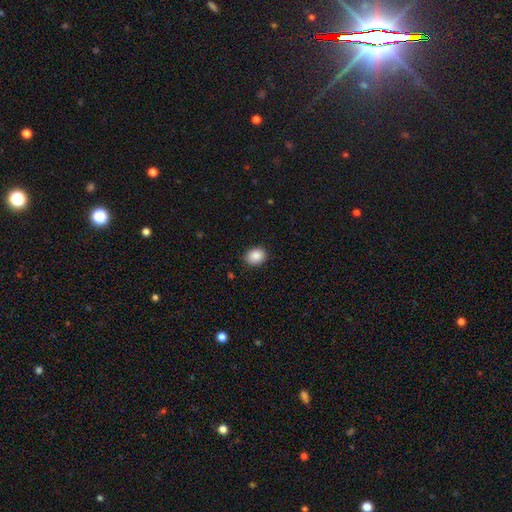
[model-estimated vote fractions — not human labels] Overall: smooth (88%). How rounded: round (60%; in between 40%). Merging: none (89%).